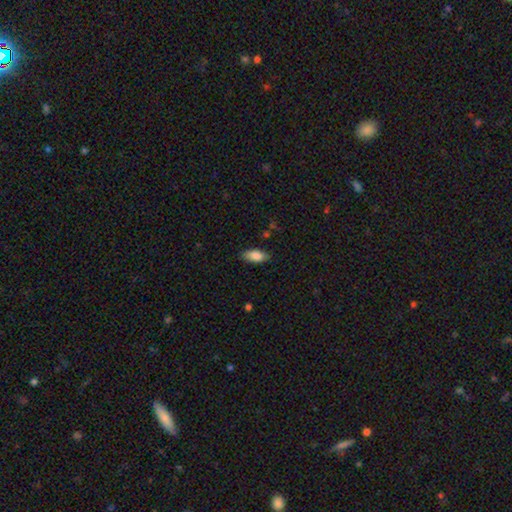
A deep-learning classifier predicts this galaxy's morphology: Smooth or featured? Predicted: smooth (p=0.85). How rounded? Predicted: in between (p=0.88). Merging? Predicted: none (p=0.84).